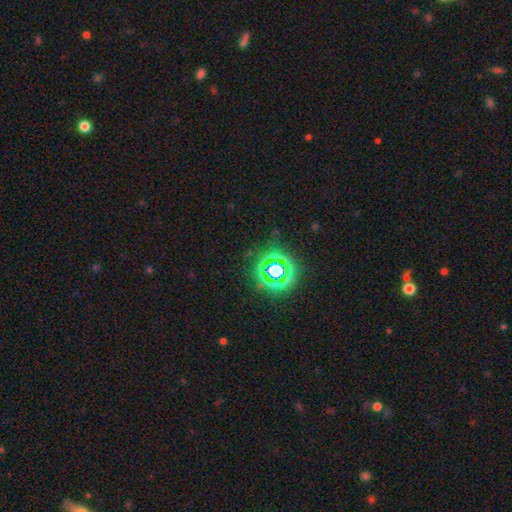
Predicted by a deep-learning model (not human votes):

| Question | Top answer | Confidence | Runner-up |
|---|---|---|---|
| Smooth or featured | star or artifact | 80% | smooth (14%) |